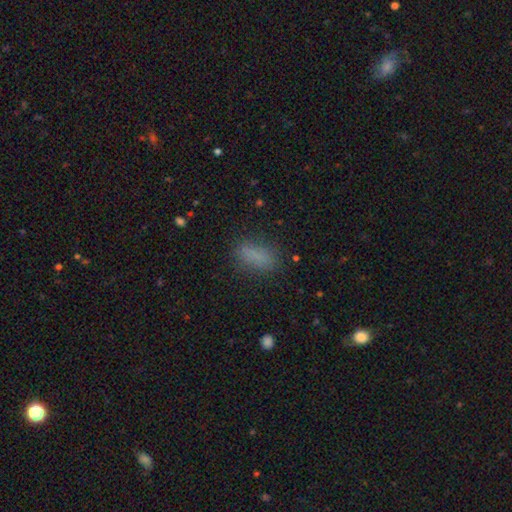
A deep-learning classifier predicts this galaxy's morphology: Smooth or featured? Predicted: smooth (p=0.82). How rounded? Predicted: in between (p=0.75). Merging? Predicted: none (p=0.79).